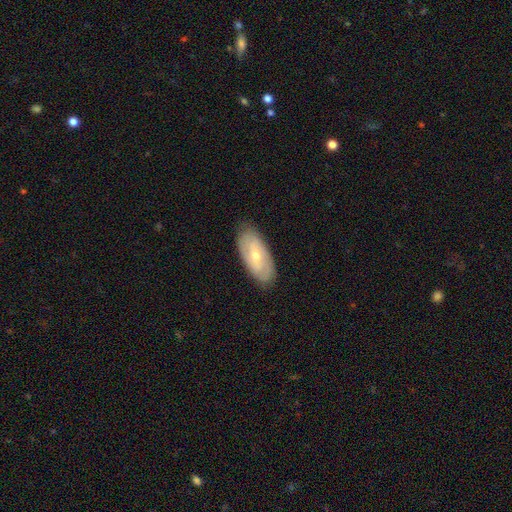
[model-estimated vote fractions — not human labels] This appears to be a featured or disk galaxy (55%). Merging: none (83%).